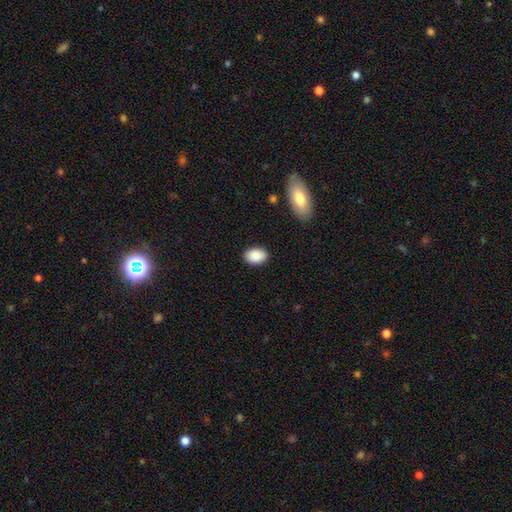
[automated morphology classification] The model was most divided on "how rounded": in between: 89%, round: 10%, cigar-shaped: 1%. More confident: smooth or featured — smooth (89%); merging — none (88%).